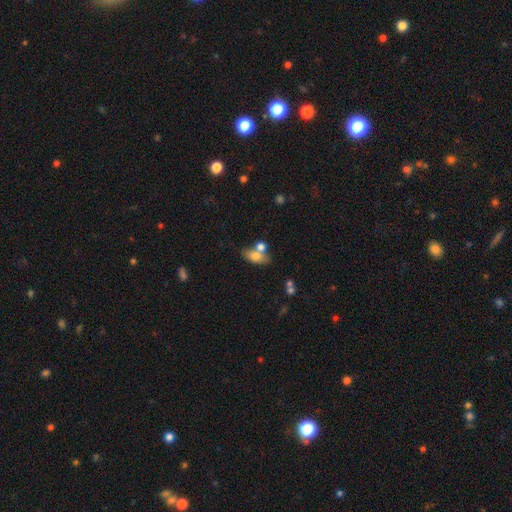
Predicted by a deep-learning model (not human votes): smooth 71%, featured or disk 20%, star or artifact 9%. Down the decision tree: how rounded — in between (81%); merging — none (44%).